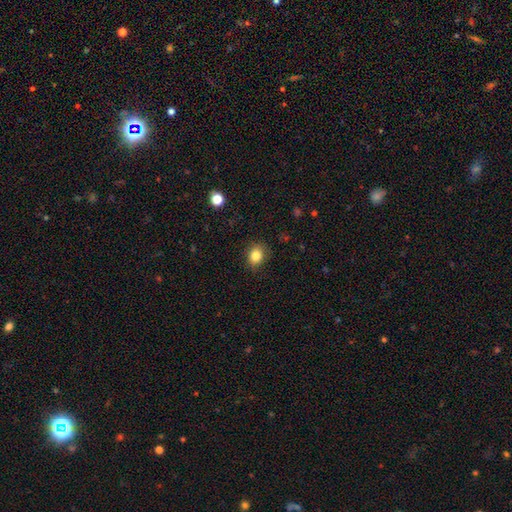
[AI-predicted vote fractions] smooth-or-featured: smooth: 83% | star or artifact: 10% | featured or disk: 6%
  how-rounded: round: 52% | in between: 47% | cigar-shaped: 1%
  merging: none: 83% | minor disturbance: 13% | major disturbance: 3% | merger: 1%